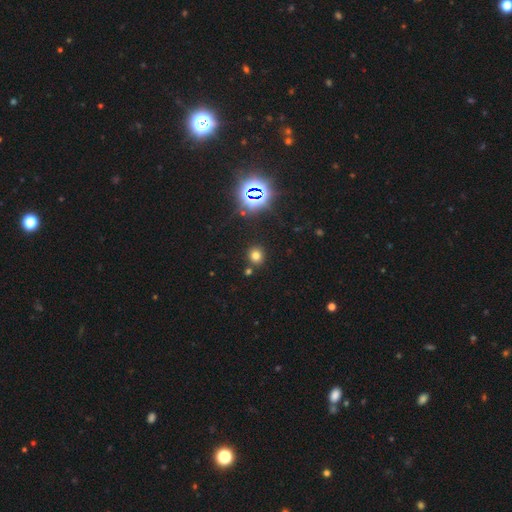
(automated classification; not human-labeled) Overall: smooth (70%). How rounded: round (86%). Merging: none (83%).